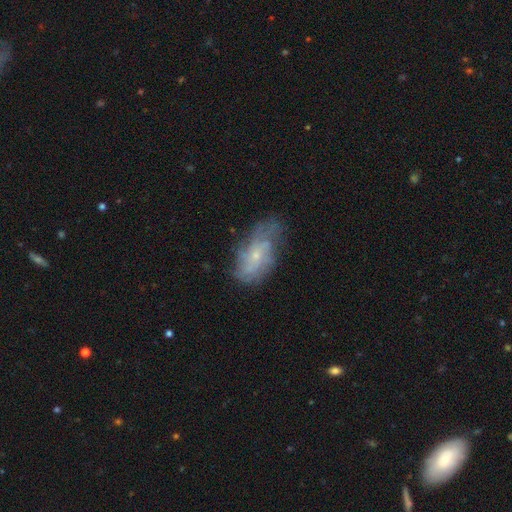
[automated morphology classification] featured or disk 63%, smooth 28%, star or artifact 9%. Down the decision tree: edge-on disk — no (93%); bar — no (74%); spiral arms — yes (78%); bulge size — small (77%); merging — none (59%).